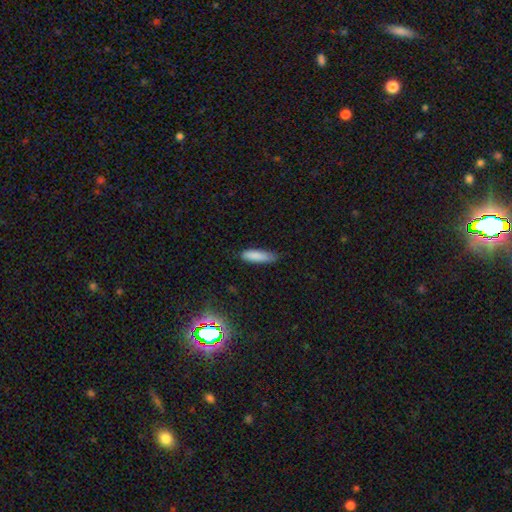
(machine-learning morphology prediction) Smooth or featured? smooth (85%)
How rounded? cigar-shaped (64%)
Merging? none (74%)